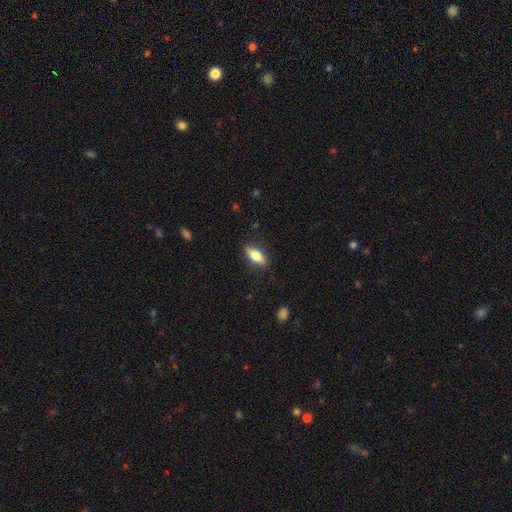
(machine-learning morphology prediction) smooth_or_featured: smooth (p=0.67) [alt: featured or disk p=0.26]
how_rounded: in between (p=0.69) [alt: cigar-shaped p=0.28]
merging: none (p=0.86) [alt: minor disturbance p=0.10]